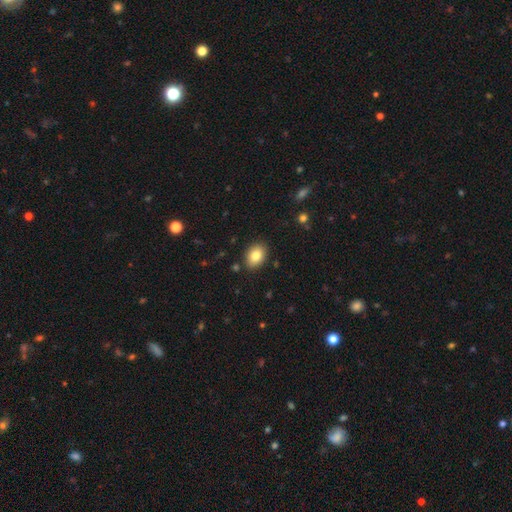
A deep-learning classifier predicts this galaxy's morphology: Smooth or featured? smooth (83%)
How rounded? in between (78%)
Merging? none (88%)